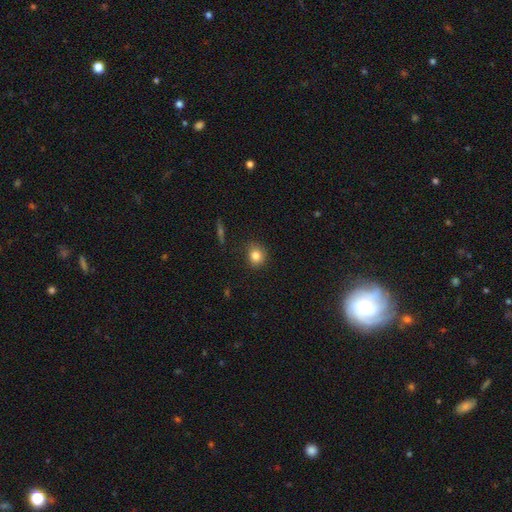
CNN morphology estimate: Smooth or featured?
  - smooth: 82% *
  - star or artifact: 11%
  - featured or disk: 7%
How rounded?
  - round: 80% *
  - in between: 19%
  - cigar-shaped: 1%
Merging?
  - none: 82% *
  - minor disturbance: 13%
  - major disturbance: 3%
  - merger: 2%